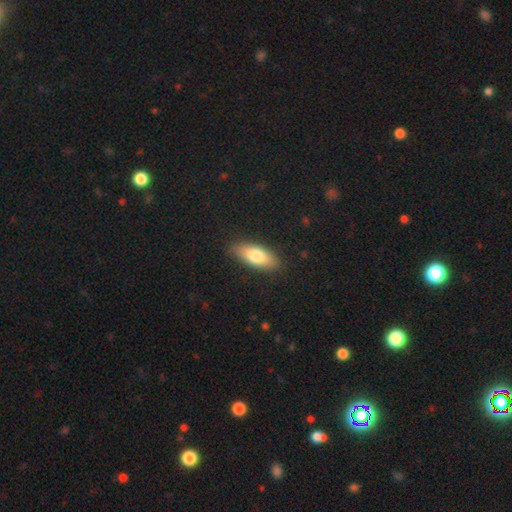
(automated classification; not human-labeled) Overall: smooth (77%). How rounded: in between (77%). Merging: none (88%).